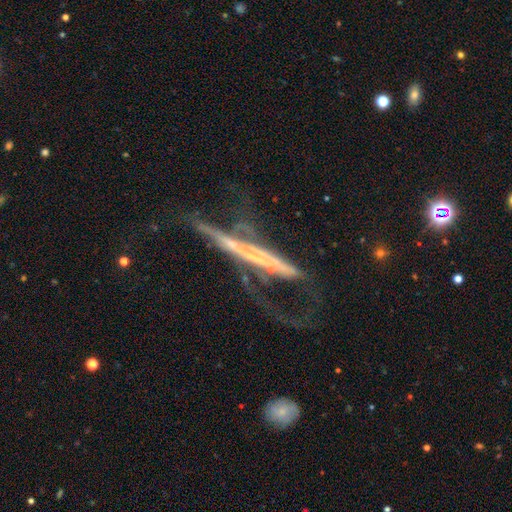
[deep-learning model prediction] Smooth or featured? featured or disk (71%)
Edge-on disk? yes (65%)
Merging? major disturbance (48%)